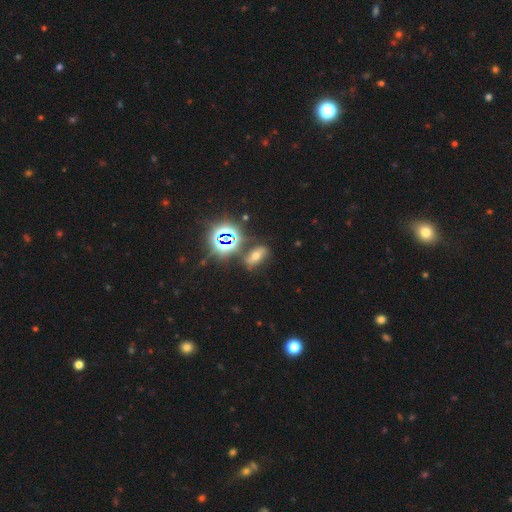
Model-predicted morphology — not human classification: star or artifact 45%, smooth 35%, featured or disk 20%.